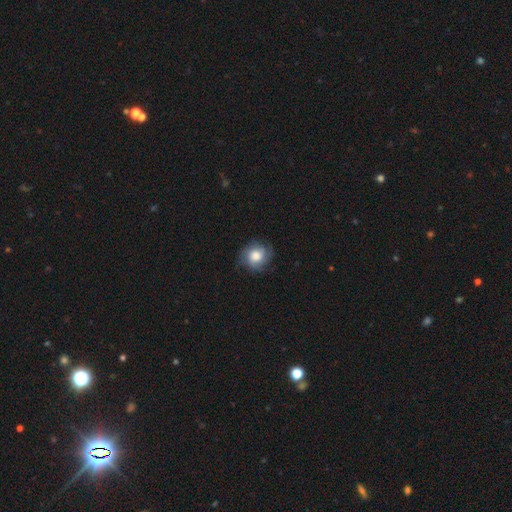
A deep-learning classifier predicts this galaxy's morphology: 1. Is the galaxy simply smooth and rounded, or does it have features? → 52% smooth, 39% featured or disk, 9% star or artifact.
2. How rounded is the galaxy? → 79% round, 20% in between, 1% cigar-shaped.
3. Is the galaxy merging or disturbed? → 75% none, 18% minor disturbance, 6% major disturbance, 1% merger.